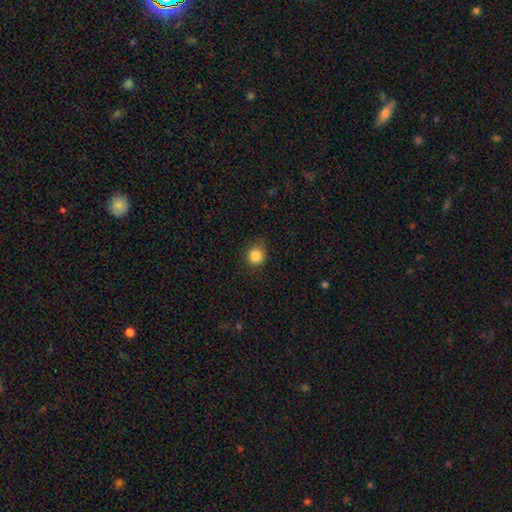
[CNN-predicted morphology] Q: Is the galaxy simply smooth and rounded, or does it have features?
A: smooth — 86%.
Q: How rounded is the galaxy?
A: round — 88%.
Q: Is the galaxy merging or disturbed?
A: none — 83%.